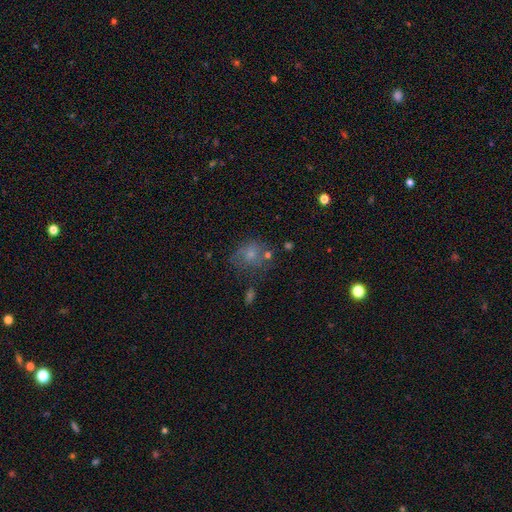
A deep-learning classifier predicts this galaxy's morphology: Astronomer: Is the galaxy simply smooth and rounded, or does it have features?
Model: smooth — 45% (runner-up: star or artifact, 29%).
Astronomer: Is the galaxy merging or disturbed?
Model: none — 64%.